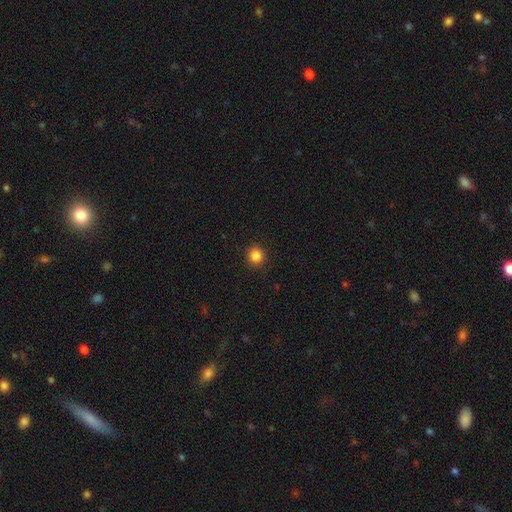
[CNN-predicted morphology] type=smooth (85%); roundness=round (93%); merging=none (92%).